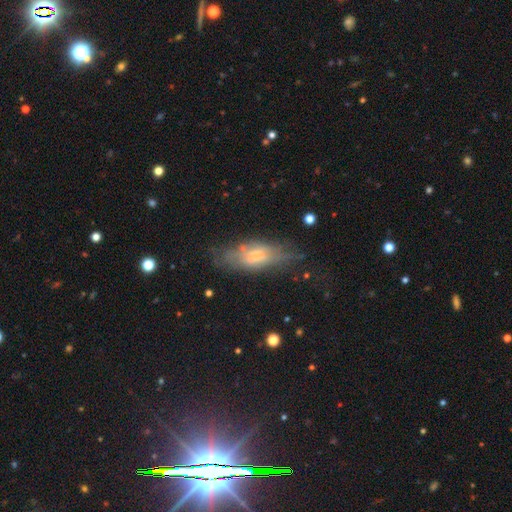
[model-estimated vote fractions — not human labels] Smooth or featured?
  - featured or disk: 46% *
  - smooth: 44%
  - star or artifact: 10%
Merging?
  - none: 56% *
  - minor disturbance: 26%
  - major disturbance: 14%
  - merger: 4%